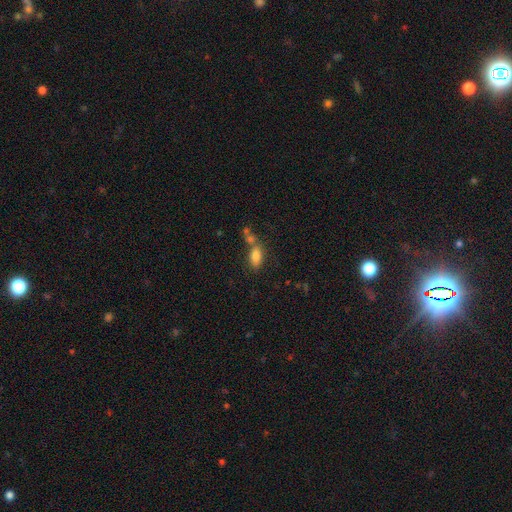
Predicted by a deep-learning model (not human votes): This is clearly a smooth galaxy (81%). How rounded: clearly in between (86%). Merging: possibly none (45%).